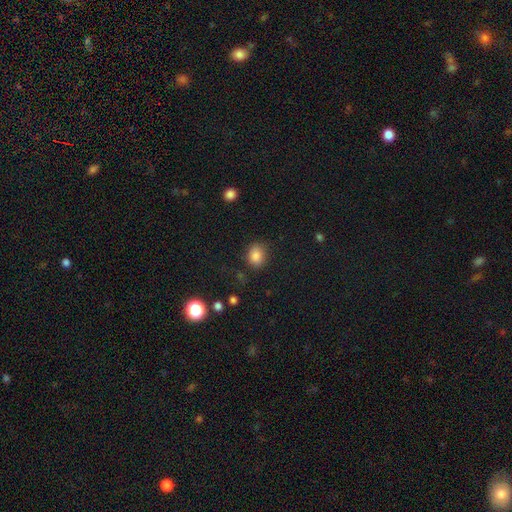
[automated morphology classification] Smooth or featured?
  - smooth: 84% *
  - star or artifact: 11%
  - featured or disk: 5%
How rounded?
  - round: 60% *
  - in between: 39%
  - cigar-shaped: 1%
Merging?
  - none: 79% *
  - minor disturbance: 15%
  - major disturbance: 4%
  - merger: 2%